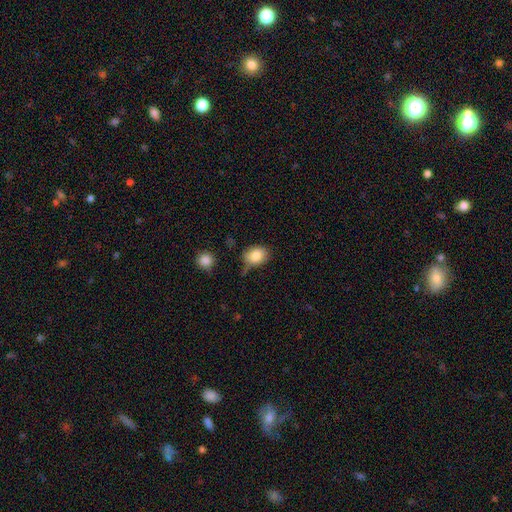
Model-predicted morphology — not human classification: Smooth or featured? Predicted: smooth (p=0.83). How rounded? Predicted: in between (p=0.62). Merging? Predicted: none (p=0.63).